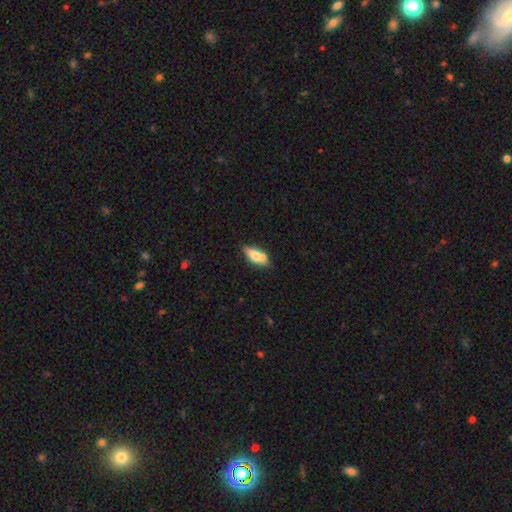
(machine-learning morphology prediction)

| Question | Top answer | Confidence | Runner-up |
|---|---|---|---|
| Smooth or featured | smooth | 61% | featured or disk (32%) |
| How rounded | in between | 73% | cigar-shaped (23%) |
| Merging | none | 57% | minor disturbance (19%) |